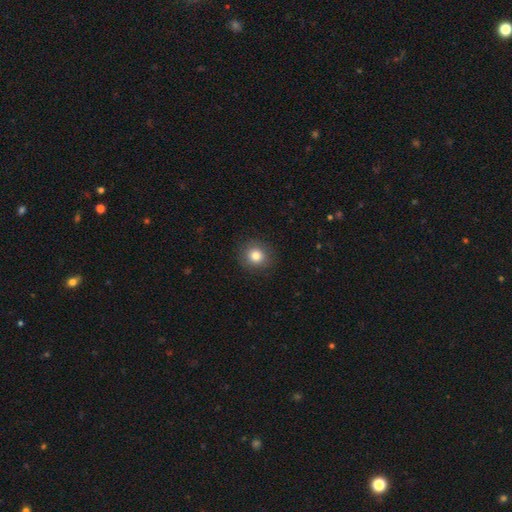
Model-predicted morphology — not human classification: Overall: smooth (83%). How rounded: round (87%). Merging: none (89%).